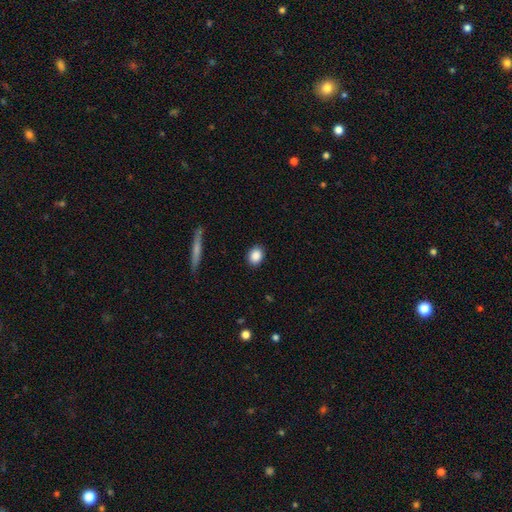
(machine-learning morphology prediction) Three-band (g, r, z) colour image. It shows a smooth galaxy with no disk features (87%) that is round (49%, tied with in between). Merging: none (89%).